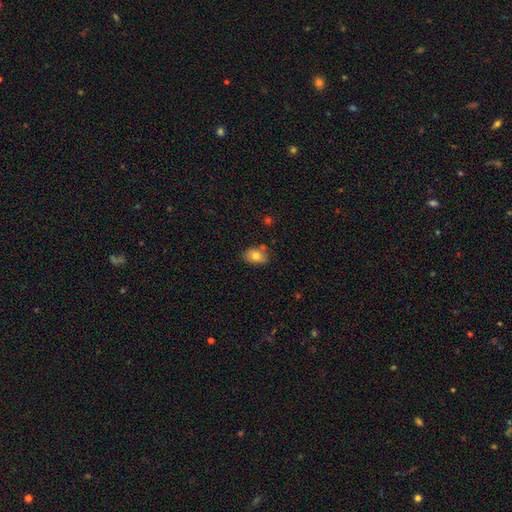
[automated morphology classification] The model was most divided on "merging": none: 71%, minor disturbance: 19%, merger: 6%, major disturbance: 3%. More confident: how rounded — in between (78%); smooth or featured — smooth (78%).